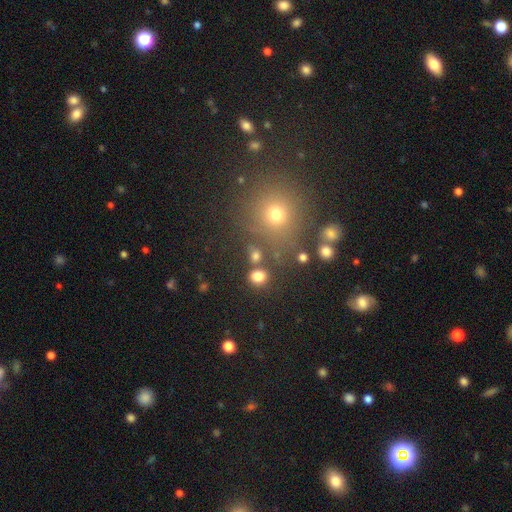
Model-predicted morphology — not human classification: Smooth or featured? smooth (79%)
How rounded? round (75%)
Merging? none (76%)